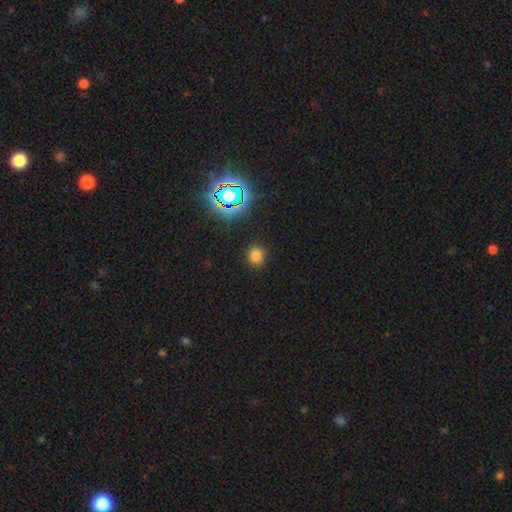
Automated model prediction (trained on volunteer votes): A smooth galaxy with no disk features (74%) that is round (81%). Merging: none (87%).